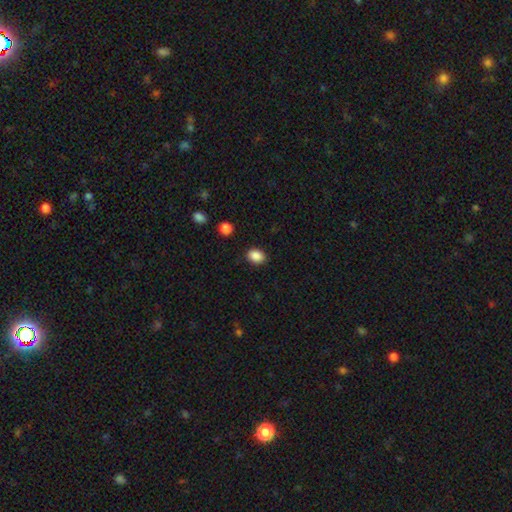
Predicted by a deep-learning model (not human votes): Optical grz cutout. It shows a smooth galaxy with no disk features (88%) that is in between round and cigar-shaped (69%). Merging: none (88%).